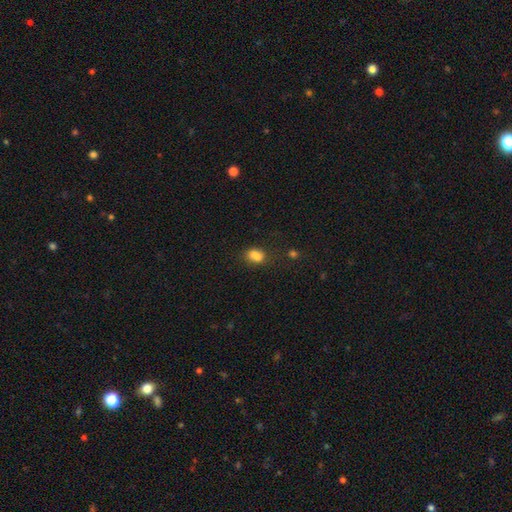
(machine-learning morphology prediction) A smooth galaxy with no disk features (79%) that is in between round and cigar-shaped (71%).

Vote fractions:
- Smooth or featured? smooth: 79% / star or artifact: 12% / featured or disk: 8%
- How rounded? in between: 71% / round: 26% / cigar-shaped: 3%
- Merging? none: 52% / merger: 22% / minor disturbance: 19% / major disturbance: 7%